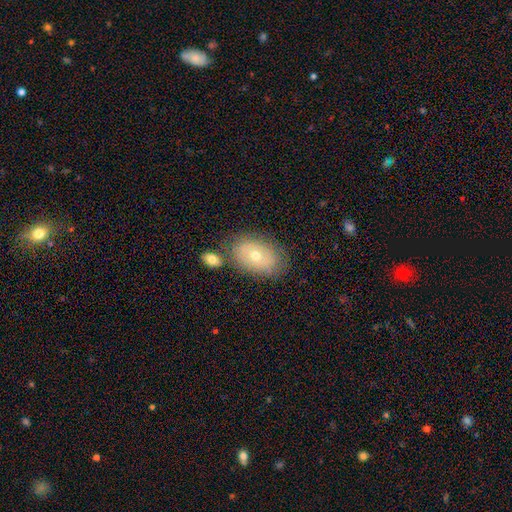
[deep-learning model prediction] smooth 54%, featured or disk 37%, star or artifact 9%. Down the decision tree: how rounded — in between (82%); merging — none (72%).